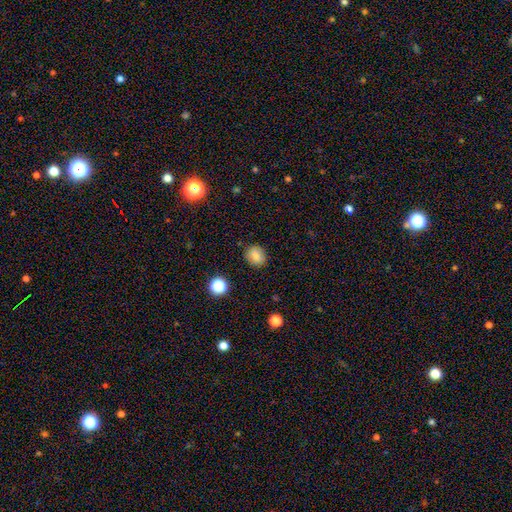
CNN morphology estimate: Overall: smooth (83%). How rounded: round (60%; in between 39%). Merging: none (87%).